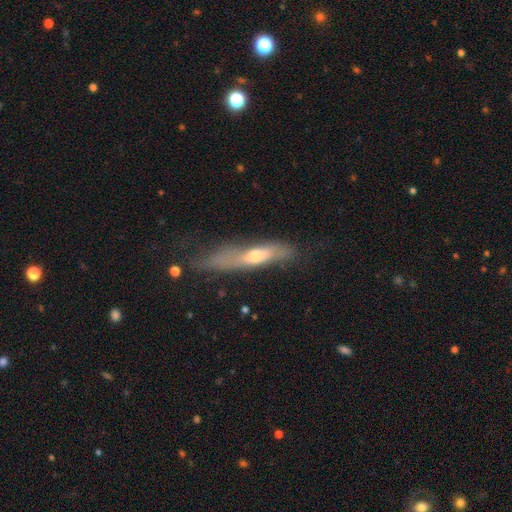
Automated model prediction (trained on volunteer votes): Smooth or featured? Predicted: featured or disk (p=0.54). Edge-on disk? Predicted: yes (p=0.73). Merging? Predicted: none (p=0.60).